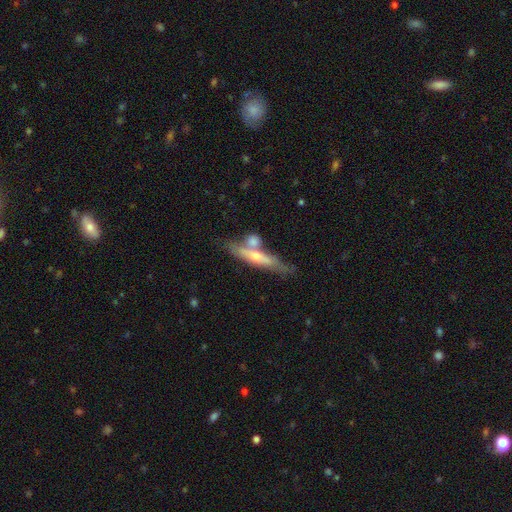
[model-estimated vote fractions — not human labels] Smooth or featured? featured or disk (60%)
Edge-on disk? yes (85%)
Edge-on bulge? rounded (78%)
Merging? none (55%)